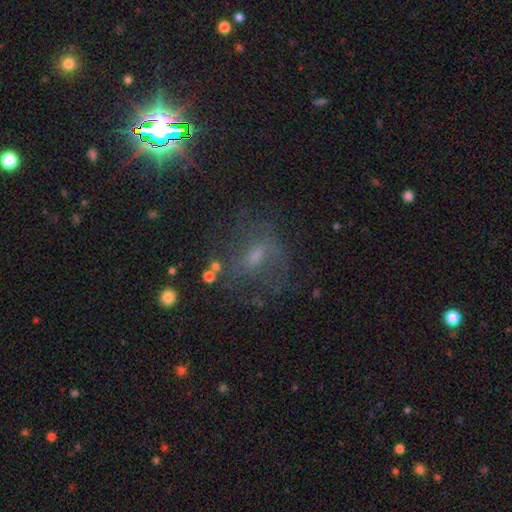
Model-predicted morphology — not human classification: smooth-or-featured: featured or disk: 40% | star or artifact: 34% | smooth: 26%
  merging: none: 58% | major disturbance: 20% | minor disturbance: 19% | merger: 3%